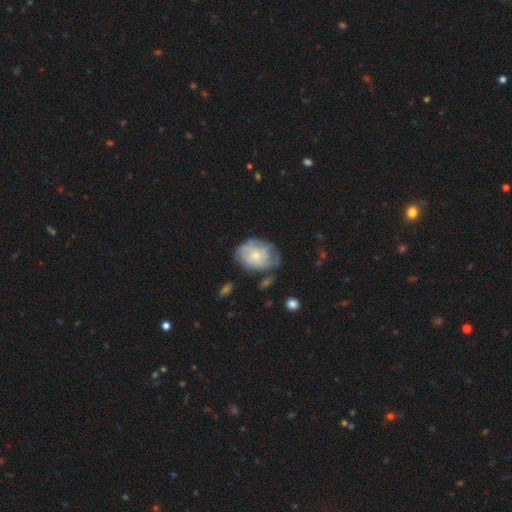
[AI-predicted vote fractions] featured or disk 53%, smooth 40%, star or artifact 7%. Down the decision tree: edge-on disk — no (97%); bar — no (83%); spiral arms — yes (65%); bulge size — small (66%); merging — none (54%).